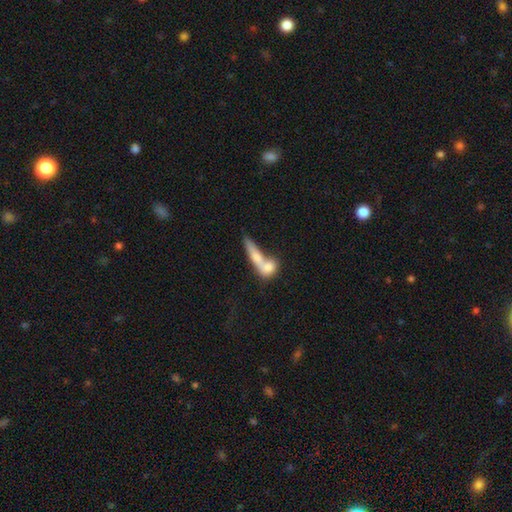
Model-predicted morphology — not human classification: A smooth galaxy with no disk features (68%) that is cigar-shaped (59%). Merging: merger (57%).